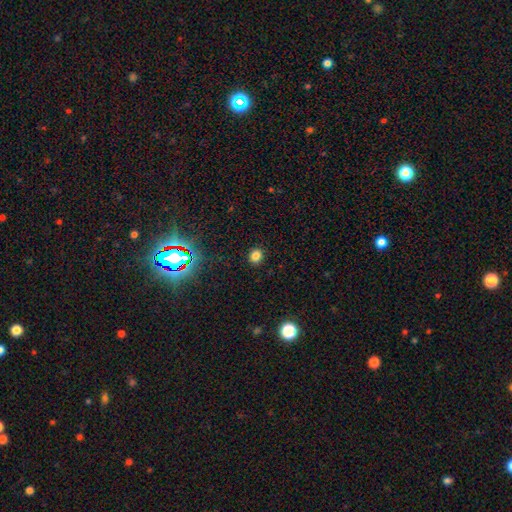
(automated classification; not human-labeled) Smooth or featured: smooth — 79% (star or artifact — 16%)
How rounded: round — 72% (in between — 27%)
Merging: none — 90% (minor disturbance — 7%)